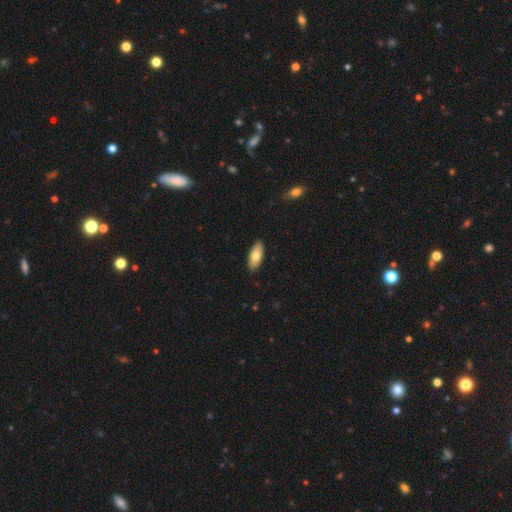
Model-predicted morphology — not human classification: smooth 74%, featured or disk 20%, star or artifact 6%. Down the decision tree: how rounded — in between (86%); merging — none (89%).